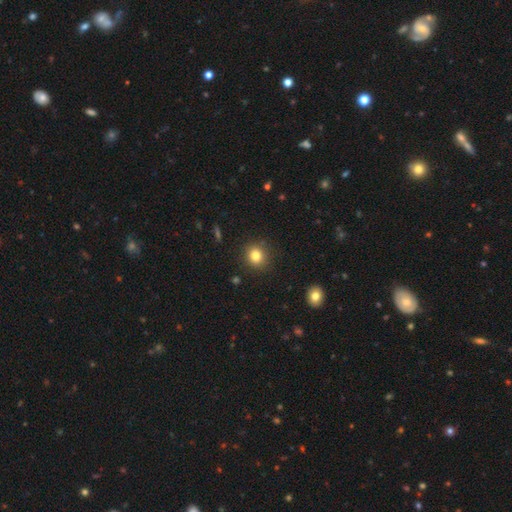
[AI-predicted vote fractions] Smooth or featured?
  - smooth: 81% *
  - star or artifact: 12%
  - featured or disk: 7%
How rounded?
  - round: 84% *
  - in between: 15%
  - cigar-shaped: 1%
Merging?
  - none: 89% *
  - minor disturbance: 8%
  - major disturbance: 2%
  - merger: 1%